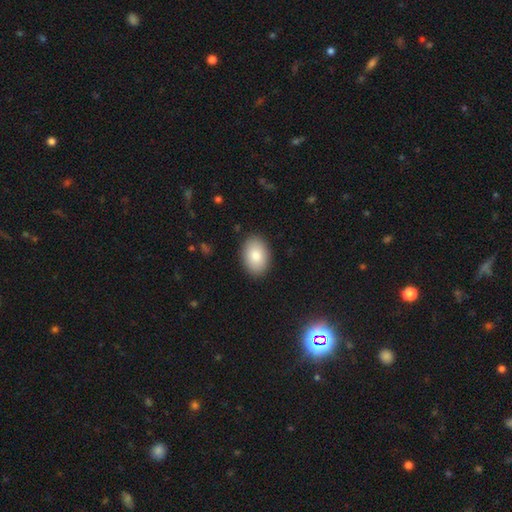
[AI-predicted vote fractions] Smooth or featured?
  - smooth: 84% *
  - featured or disk: 9%
  - star or artifact: 6%
How rounded?
  - in between: 86% *
  - round: 13%
  - cigar-shaped: 1%
Merging?
  - none: 89% *
  - minor disturbance: 8%
  - major disturbance: 2%
  - merger: 1%